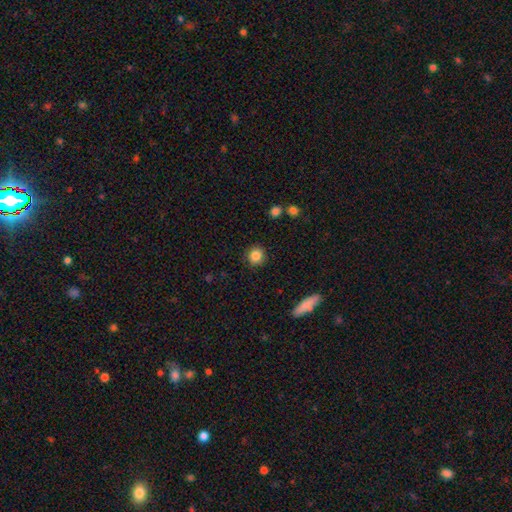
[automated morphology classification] Q: Smooth or featured?
A: smooth (85%); runner-up: star or artifact (10%)
Q: How rounded?
A: round (88%); runner-up: in between (10%)
Q: Merging?
A: none (90%); runner-up: minor disturbance (7%)